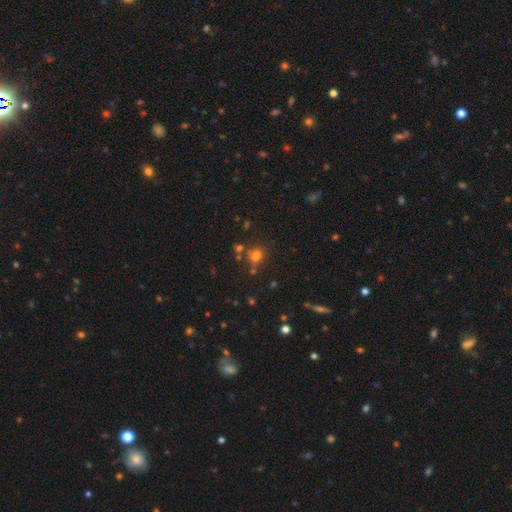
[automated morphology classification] Overall: smooth (68%). How rounded: round (56%; in between 43%). Merging: none (62%).